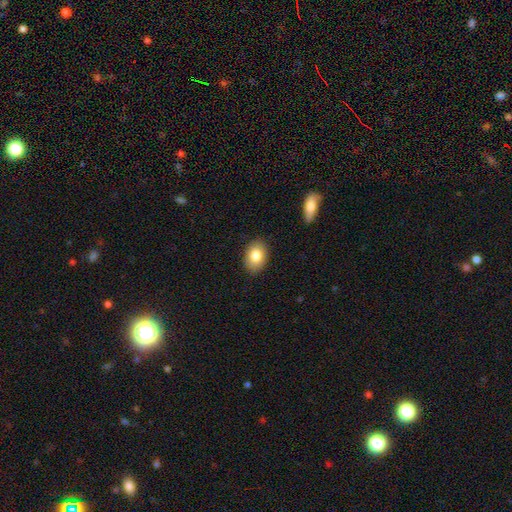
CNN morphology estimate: smooth_or_featured: smooth (p=0.82) [alt: featured or disk p=0.10]
how_rounded: in between (p=0.81) [alt: round p=0.18]
merging: none (p=0.88) [alt: minor disturbance p=0.09]